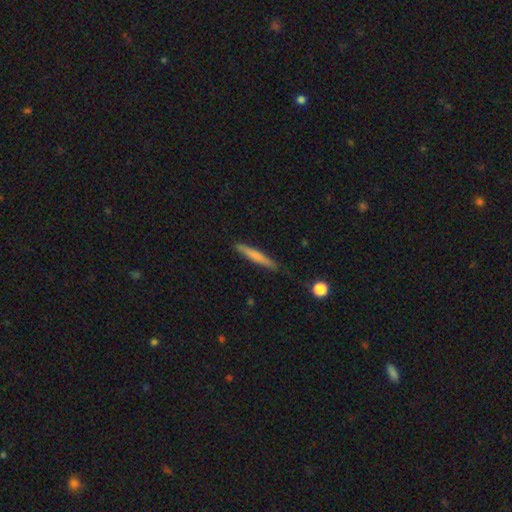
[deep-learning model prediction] Overall: smooth (65%; featured or disk 29%). How rounded: cigar-shaped (95%). Merging: none (85%).